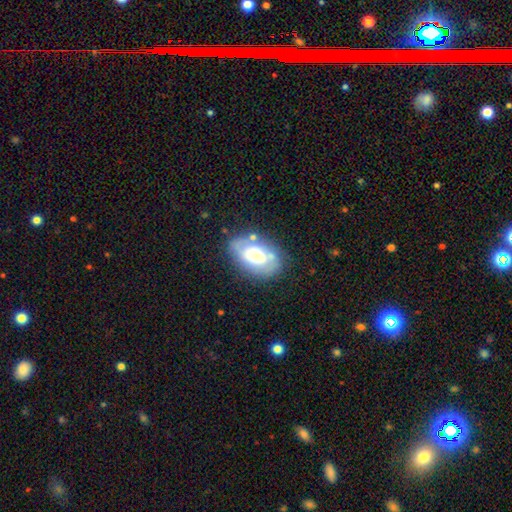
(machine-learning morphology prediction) type=featured or disk (50%); merging=none (67%).